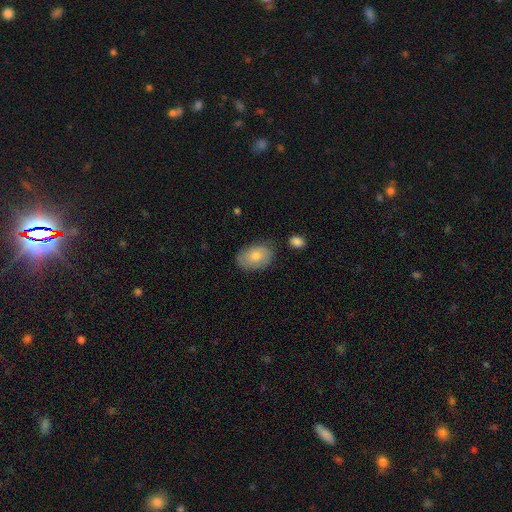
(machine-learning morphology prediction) smooth 70%, featured or disk 22%, star or artifact 8%. Down the decision tree: how rounded — in between (86%); merging — none (77%).